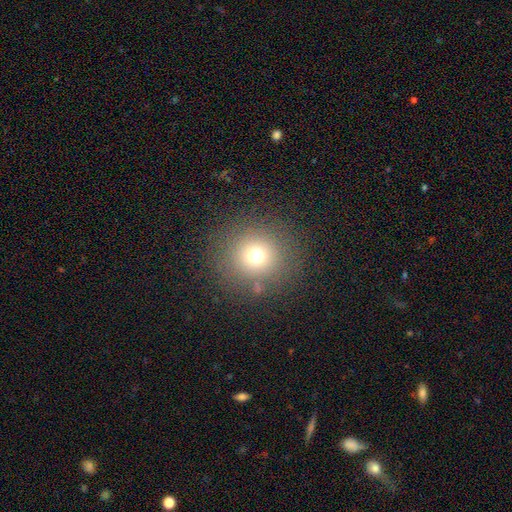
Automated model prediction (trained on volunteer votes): A smooth galaxy with no disk features (69%) that is round (93%).

Vote fractions:
- Smooth or featured? smooth: 69% / star or artifact: 19% / featured or disk: 12%
- How rounded? round: 93% / in between: 6% / cigar-shaped: 1%
- Merging? none: 84% / minor disturbance: 8% / major disturbance: 5% / merger: 2%